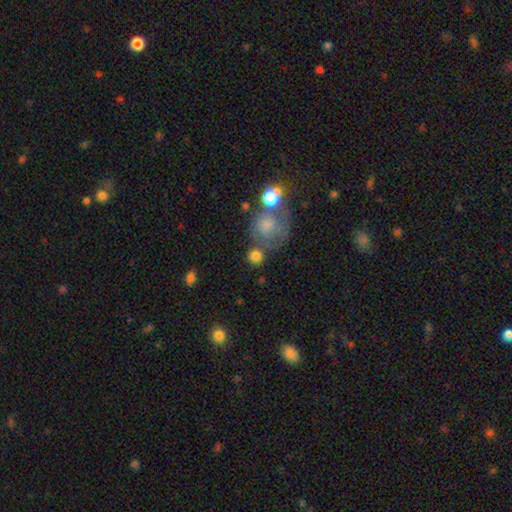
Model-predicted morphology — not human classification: Smooth or featured? Predicted: smooth (p=0.78). How rounded? Predicted: round (p=0.86). Merging? Predicted: none (p=0.58).